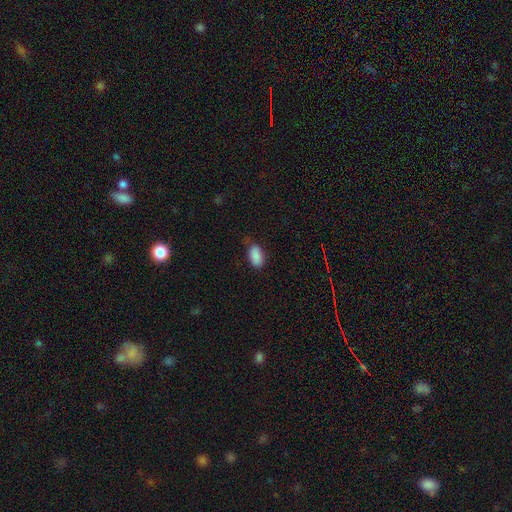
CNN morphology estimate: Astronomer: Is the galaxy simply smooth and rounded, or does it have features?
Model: smooth — 89%.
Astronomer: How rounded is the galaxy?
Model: in between — 93%.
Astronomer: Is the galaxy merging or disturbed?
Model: none — 73%.